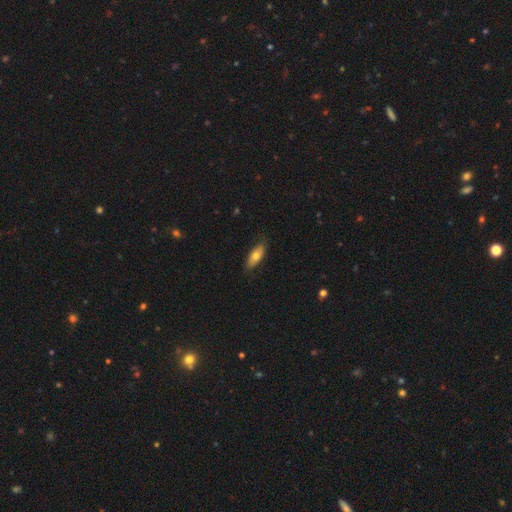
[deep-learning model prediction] Q: Smooth or featured?
A: smooth (69%); runner-up: featured or disk (25%)
Q: How rounded?
A: in between (71%); runner-up: cigar-shaped (26%)
Q: Merging?
A: none (81%); runner-up: minor disturbance (16%)